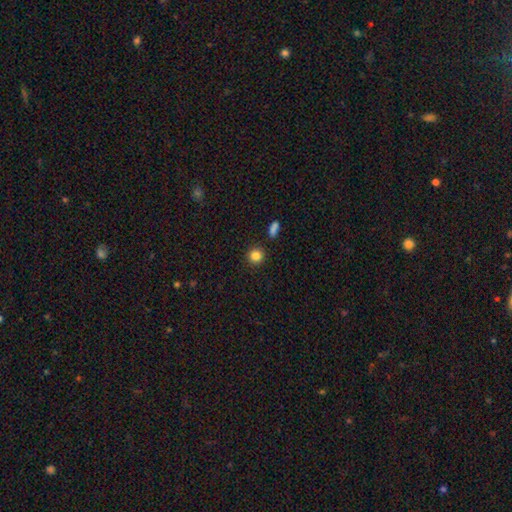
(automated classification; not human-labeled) A smooth galaxy with no disk features (84%) that is round (92%). Merging: none (90%).